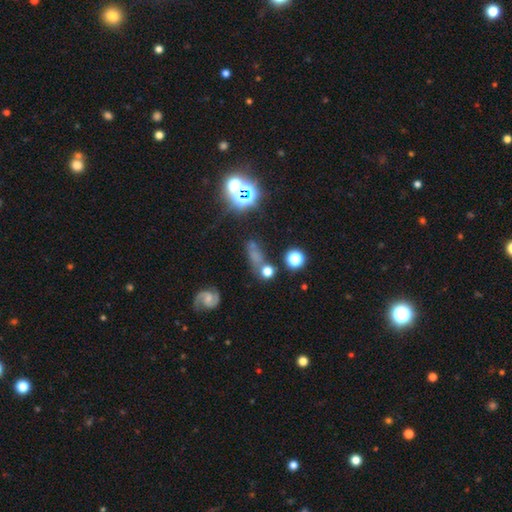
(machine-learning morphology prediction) smooth 47%, star or artifact 28%, featured or disk 25%. Down the decision tree: merging — none (58%).